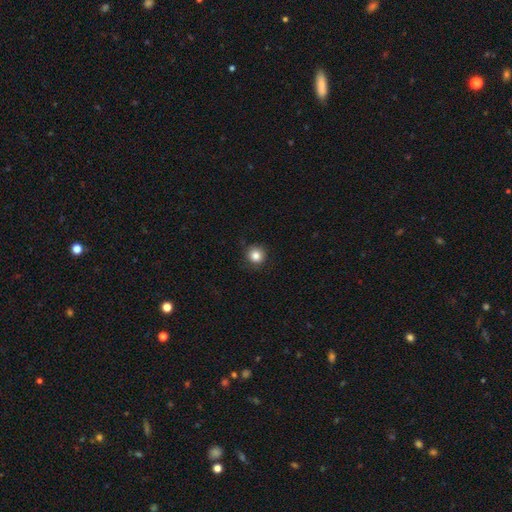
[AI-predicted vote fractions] smooth 84%, star or artifact 11%, featured or disk 5%. Down the decision tree: how rounded — round (94%); merging — none (88%).